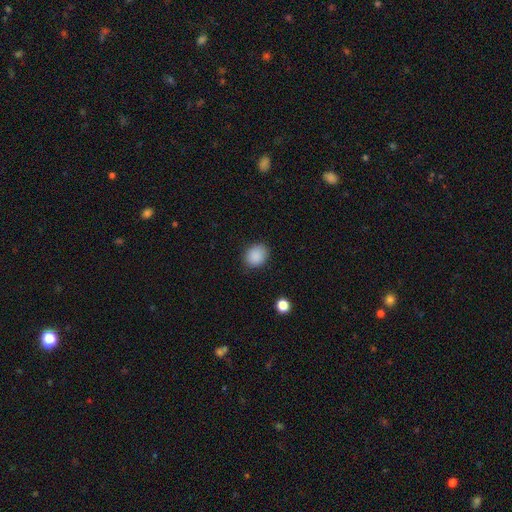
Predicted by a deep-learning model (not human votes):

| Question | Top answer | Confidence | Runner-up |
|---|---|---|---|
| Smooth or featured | smooth | 88% | star or artifact (9%) |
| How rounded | round | 59% | in between (40%) |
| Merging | none | 84% | minor disturbance (11%) |